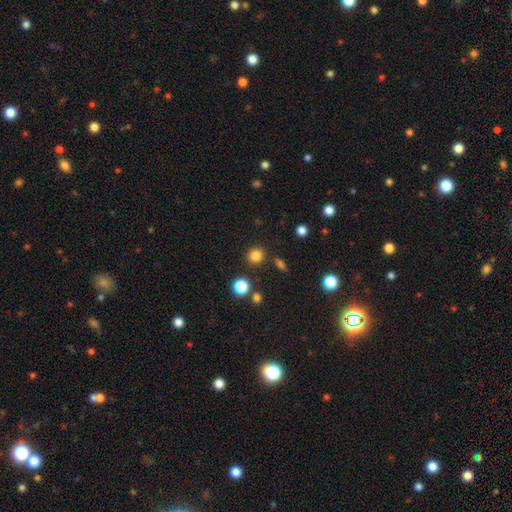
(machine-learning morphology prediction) A smooth galaxy with no disk features (83%) that is round (91%). Merging: none (87%).